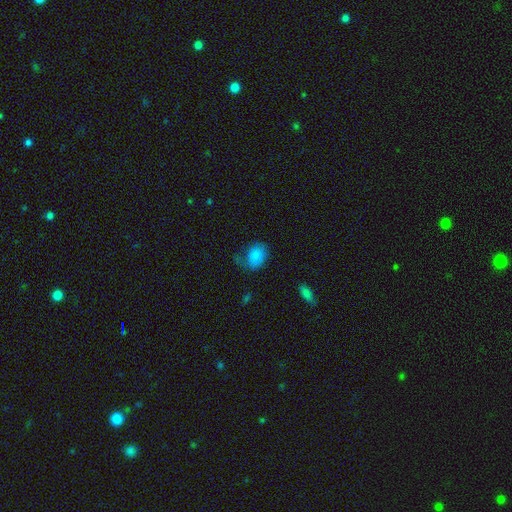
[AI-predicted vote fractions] smooth-or-featured: smooth: 82% | featured or disk: 10% | star or artifact: 8%
  how-rounded: in between: 65% | round: 34% | cigar-shaped: 1%
  merging: none: 47% | minor disturbance: 29% | major disturbance: 20% | merger: 4%